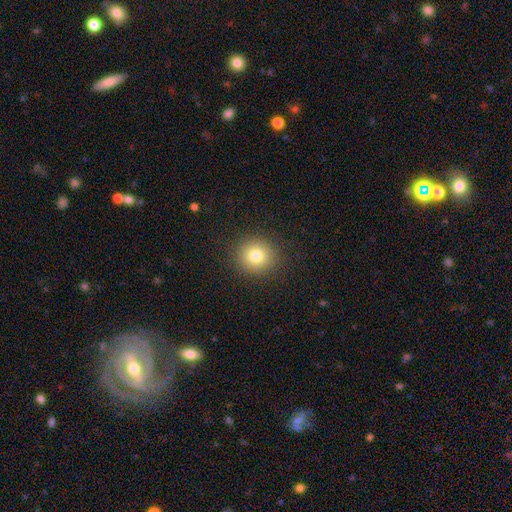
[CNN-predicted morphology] This appears to be a smooth galaxy with no disk features (78%) that is round (91%). Merging: none (90%).